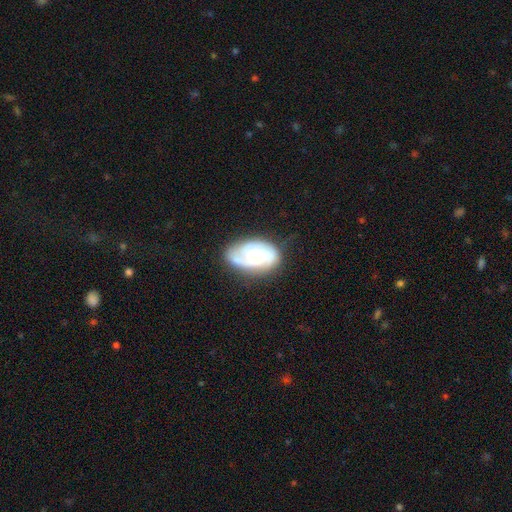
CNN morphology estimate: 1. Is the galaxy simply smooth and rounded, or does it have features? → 74% featured or disk, 20% smooth, 6% star or artifact.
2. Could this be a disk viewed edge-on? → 97% no, 3% yes.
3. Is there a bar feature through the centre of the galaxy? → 72% no, 24% weak, 4% strong.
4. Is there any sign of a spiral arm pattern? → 93% yes, 7% no.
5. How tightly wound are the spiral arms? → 47% tight, 39% medium, 13% loose.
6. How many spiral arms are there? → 38% 3, 28% 2, 20% can't tell, 5% 4, 5% 1, 3% more than 4.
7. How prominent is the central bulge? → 50% small, 42% moderate, 4% large, 3% none, 1% dominant.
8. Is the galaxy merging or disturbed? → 67% none, 23% minor disturbance, 9% major disturbance, 2% merger.